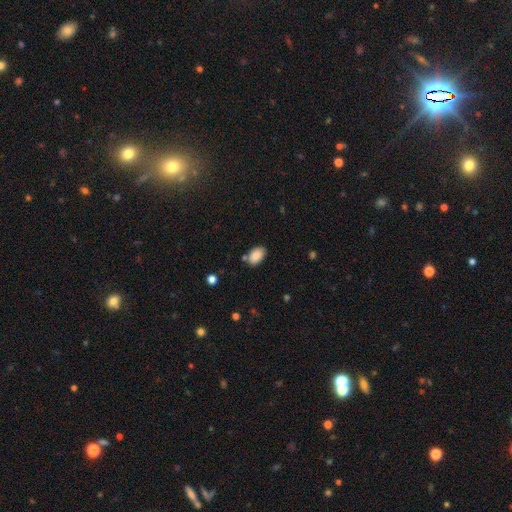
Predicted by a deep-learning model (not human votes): smooth 88%, star or artifact 7%, featured or disk 5%. Down the decision tree: how rounded — in between (90%); merging — none (75%).